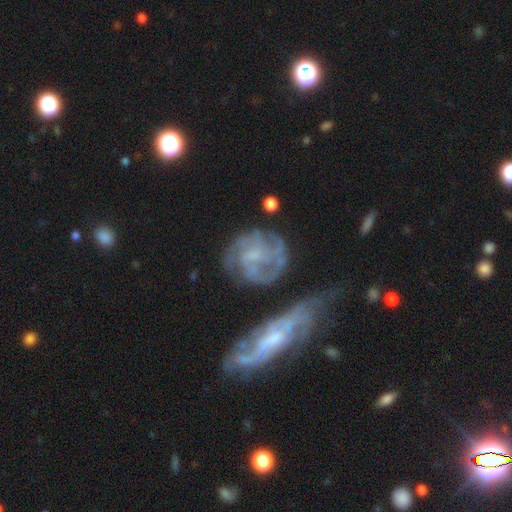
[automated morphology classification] Smooth or featured: featured or disk — 76% (smooth — 17%)
Edge-on disk: no — 95% (yes — 5%)
Bar: no — 55% (weak — 36%)
Spiral arms: yes — 87% (no — 13%)
Spiral winding: tight — 49% (medium — 37%)
Spiral arm count: can't tell — 36% (2 — 24%)
Bulge size: none — 41% (small — 36%)
Merging: none — 57% (minor disturbance — 20%)